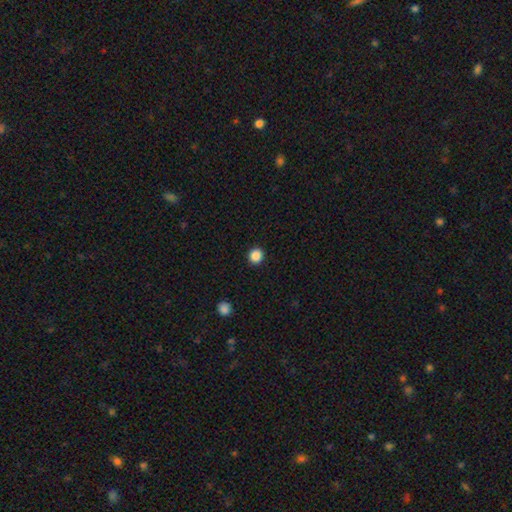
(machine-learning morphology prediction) This is clearly a smooth galaxy (87%). How rounded: clearly round (91%). Merging: clearly none (93%).